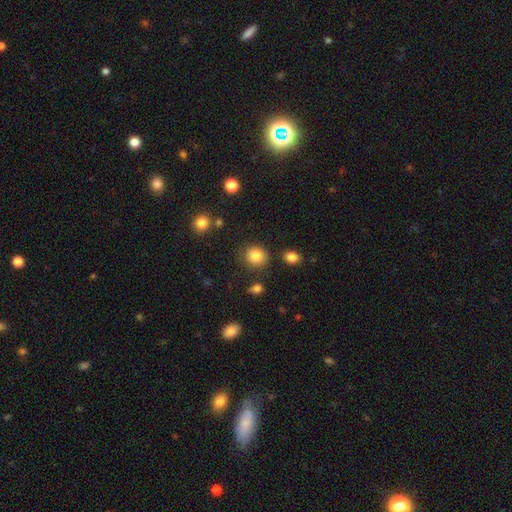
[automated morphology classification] Smooth or featured?
  - smooth: 85% *
  - star or artifact: 10%
  - featured or disk: 5%
How rounded?
  - round: 84% *
  - in between: 15%
  - cigar-shaped: 1%
Merging?
  - none: 82% *
  - minor disturbance: 10%
  - merger: 4%
  - major disturbance: 3%